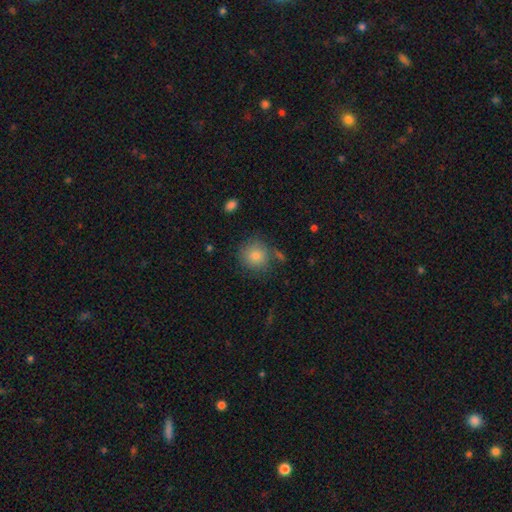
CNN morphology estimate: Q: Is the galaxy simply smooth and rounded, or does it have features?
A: smooth — 80%.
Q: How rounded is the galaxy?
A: round — 89%.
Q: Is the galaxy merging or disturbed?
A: none — 74%.